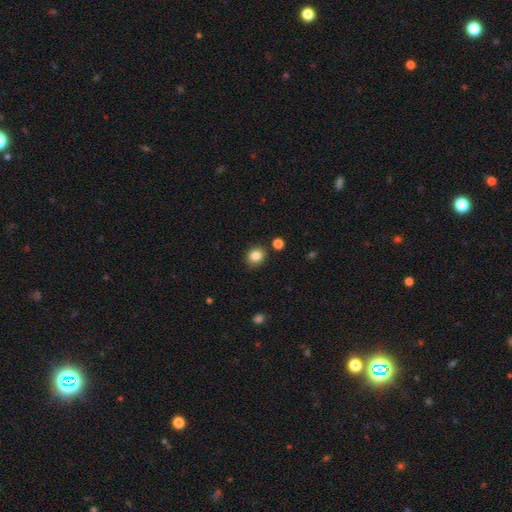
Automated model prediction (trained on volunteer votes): Q: Smooth or featured?
A: smooth (84%); runner-up: star or artifact (10%)
Q: How rounded?
A: round (70%); runner-up: in between (29%)
Q: Merging?
A: none (86%); runner-up: minor disturbance (9%)